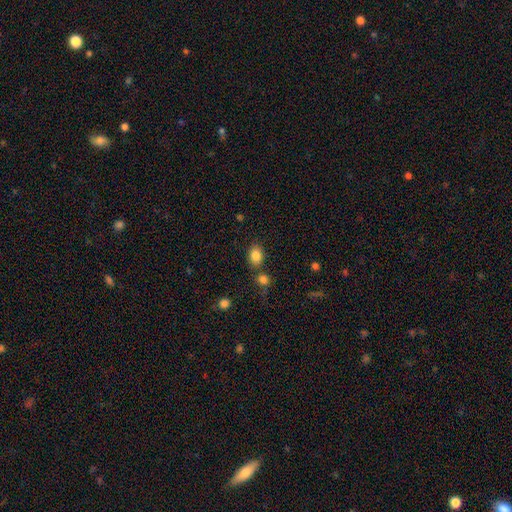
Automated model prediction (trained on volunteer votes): smooth 85%, star or artifact 10%, featured or disk 5%. Down the decision tree: how rounded — in between (65%); merging — none (73%).